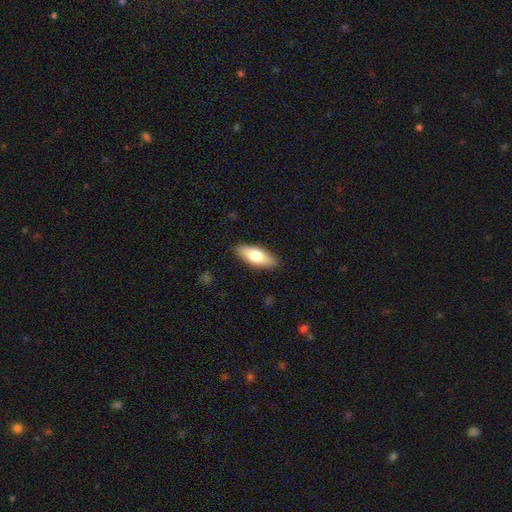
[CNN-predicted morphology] type=smooth (76%); roundness=in between (73%); merging=none (87%).